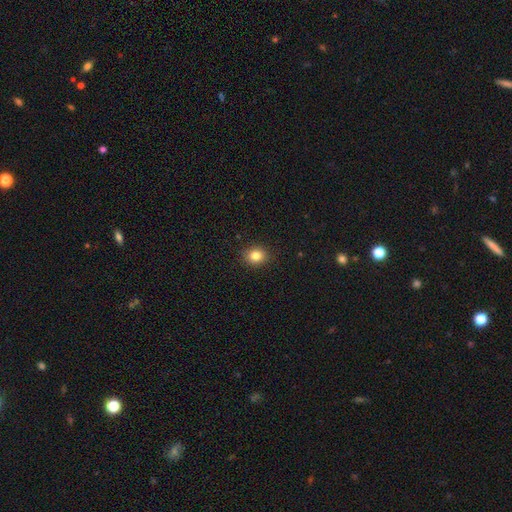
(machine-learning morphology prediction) smooth_or_featured: smooth (p=0.83) [alt: star or artifact p=0.11]
how_rounded: round (p=0.69) [alt: in between p=0.31]
merging: none (p=0.91) [alt: minor disturbance p=0.07]